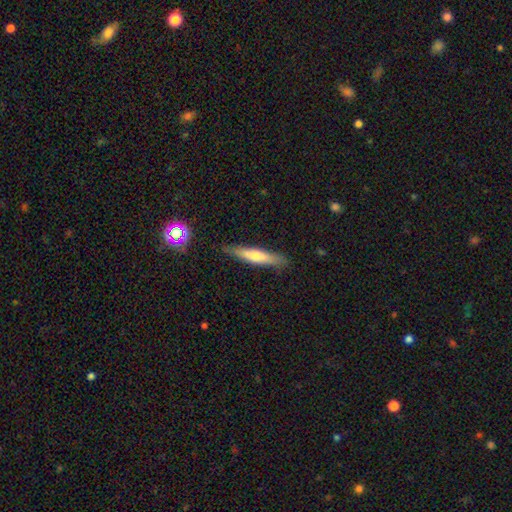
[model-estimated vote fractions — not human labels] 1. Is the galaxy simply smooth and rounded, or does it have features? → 53% smooth, 40% featured or disk, 8% star or artifact.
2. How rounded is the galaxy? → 89% cigar-shaped, 9% in between, 1% round.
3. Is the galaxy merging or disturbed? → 87% none, 10% minor disturbance, 2% major disturbance, 1% merger.